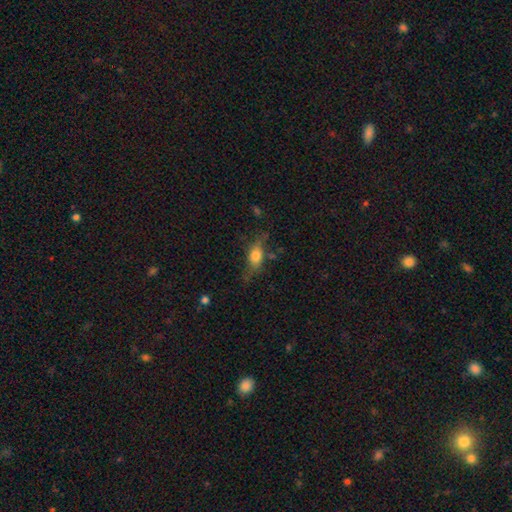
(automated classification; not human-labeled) Overall: smooth (68%). How rounded: in between (74%). Merging: none (58%; minor disturbance 26%).